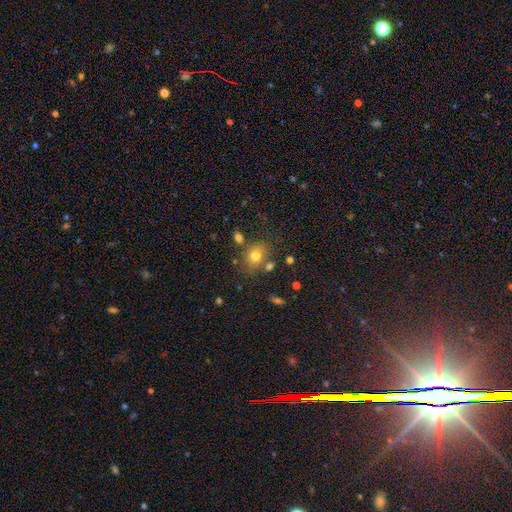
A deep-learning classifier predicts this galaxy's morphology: This is likely a smooth galaxy (75%). How rounded: possibly round (52%). Merging: likely none (70%).